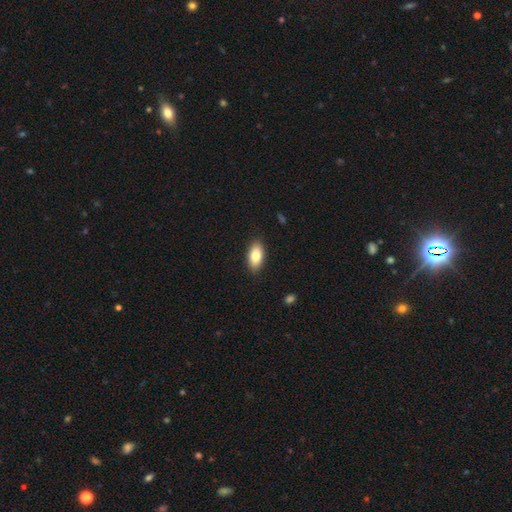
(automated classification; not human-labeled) The model was most divided on "smooth or featured": smooth: 82%, featured or disk: 12%, star or artifact: 7%. More confident: how rounded — in between (90%); merging — none (88%).